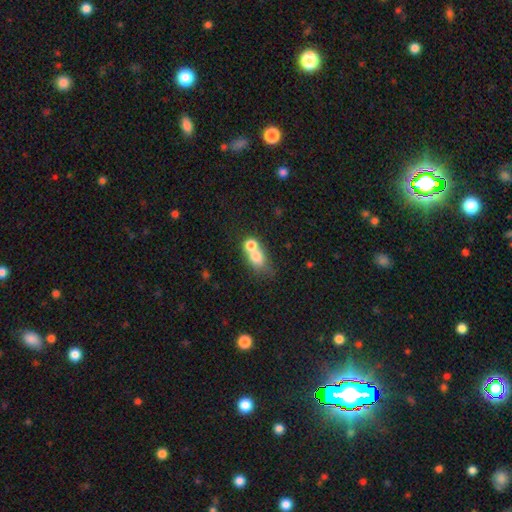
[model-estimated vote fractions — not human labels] Overall: smooth (73%). How rounded: in between (52%; round 45%). Merging: merger (68%).